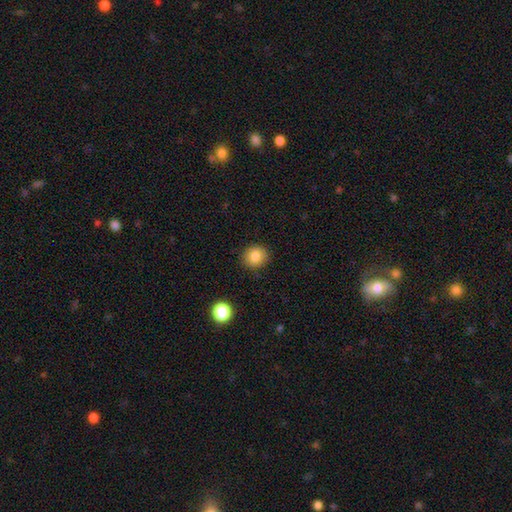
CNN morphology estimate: Smooth or featured?
  - smooth: 84% *
  - star or artifact: 10%
  - featured or disk: 6%
How rounded?
  - round: 80% *
  - in between: 19%
  - cigar-shaped: 1%
Merging?
  - none: 88% *
  - minor disturbance: 8%
  - major disturbance: 2%
  - merger: 1%